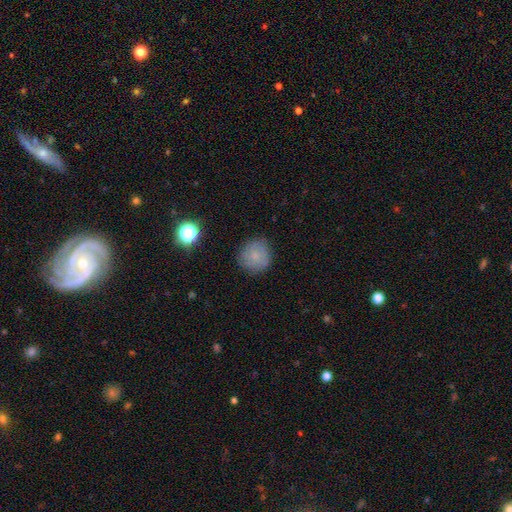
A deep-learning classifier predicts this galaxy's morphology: This is likely a smooth galaxy (71%). How rounded: clearly round (92%). Merging: clearly none (80%).